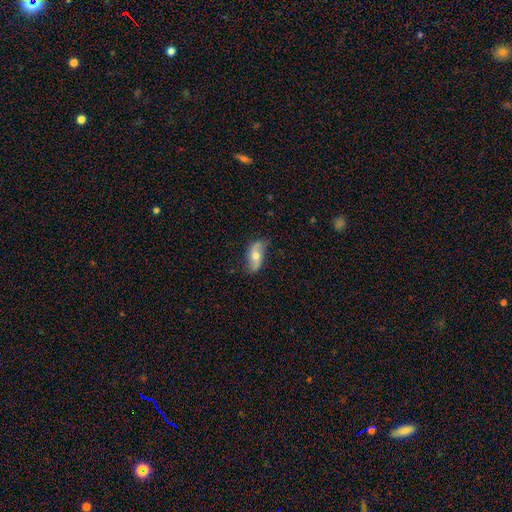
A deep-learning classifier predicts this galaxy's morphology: Overall: featured or disk (55%; smooth 38%). Edge-on disk: no (86%). Merging: none (75%).